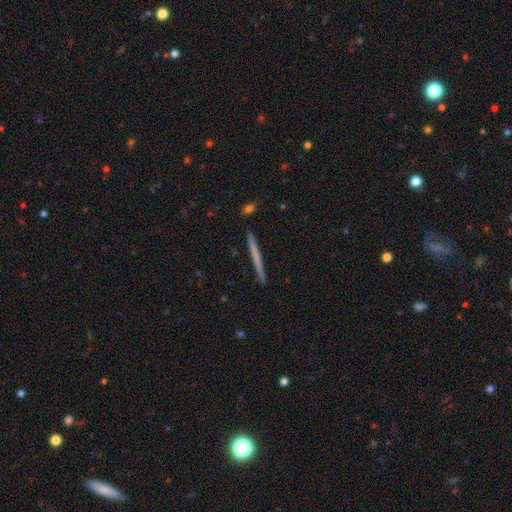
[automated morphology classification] smooth 51%, featured or disk 44%, star or artifact 6%. Down the decision tree: how rounded — cigar-shaped (97%); merging — none (92%).